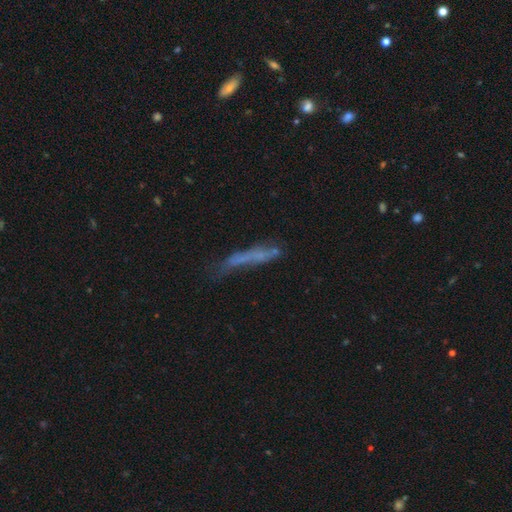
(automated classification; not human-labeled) This is possibly a smooth galaxy (51%). How rounded: clearly cigar-shaped (88%). Merging: possibly none (47%).